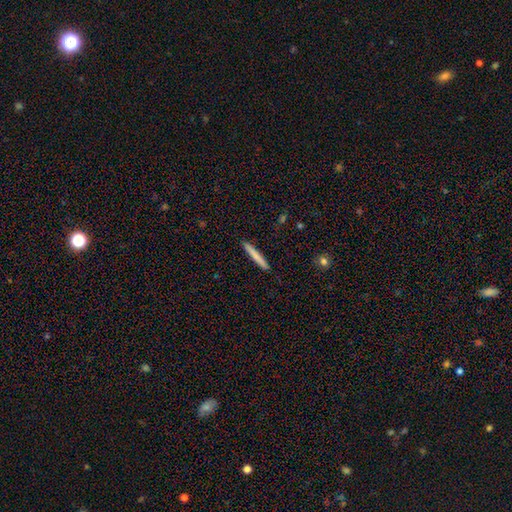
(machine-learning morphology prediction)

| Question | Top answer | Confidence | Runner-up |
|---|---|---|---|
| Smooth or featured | smooth | 76% | featured or disk (19%) |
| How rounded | cigar-shaped | 96% | in between (2%) |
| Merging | none | 92% | minor disturbance (6%) |